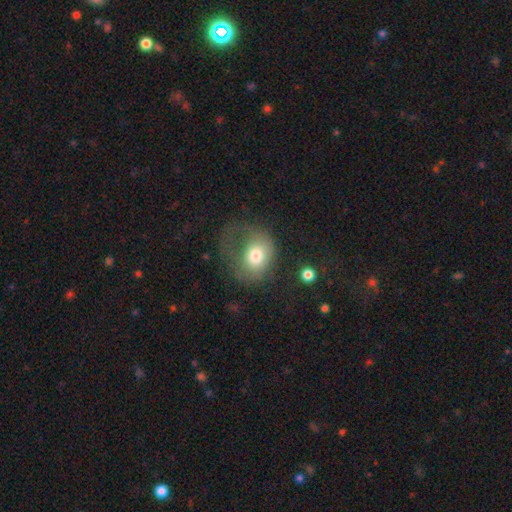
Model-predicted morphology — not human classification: Smooth or featured: smooth — 68% (featured or disk — 23%)
How rounded: round — 51% (in between — 48%)
Merging: major disturbance — 50% (none — 26%)